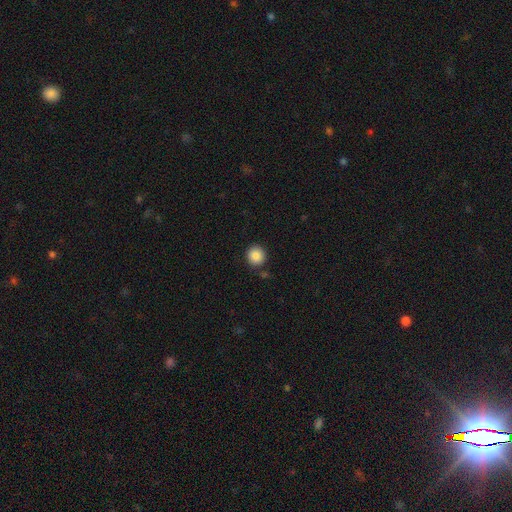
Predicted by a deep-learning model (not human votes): Smooth or featured? Predicted: smooth (p=0.86). How rounded? Predicted: round (p=0.94). Merging? Predicted: none (p=0.88).